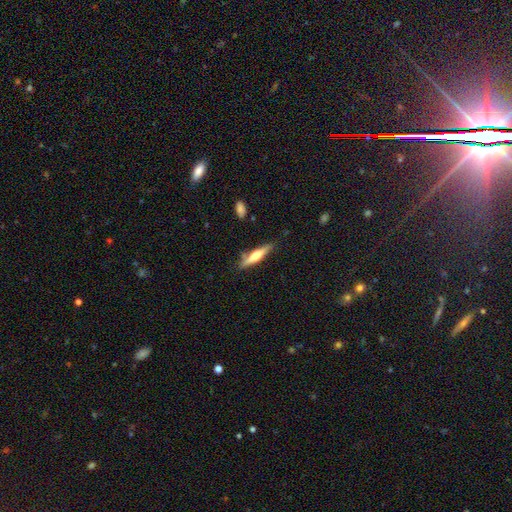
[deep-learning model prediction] Smooth or featured: featured or disk — 48% (smooth — 46%)
Merging: none — 80% (minor disturbance — 13%)